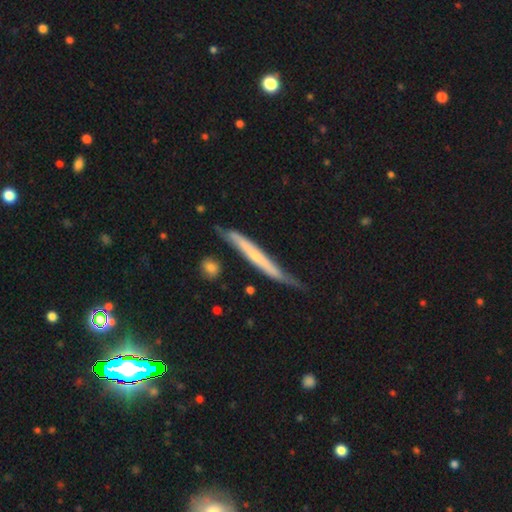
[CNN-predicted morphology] This appears to be a featured or disk galaxy (57%) viewed edge-on (87%). Merging: none (60%).